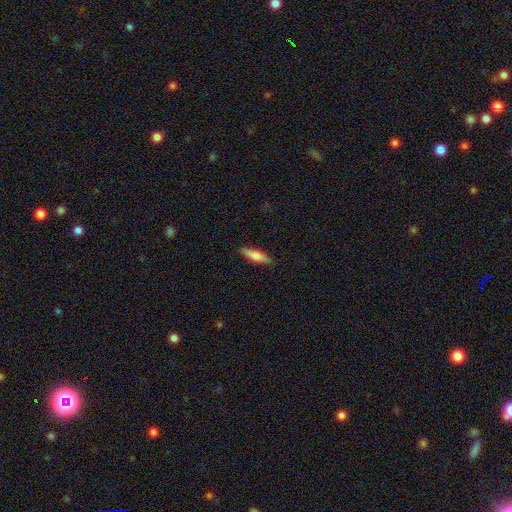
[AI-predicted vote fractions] Morphology: type=smooth (68%); roundness=cigar-shaped (67%); merging=none (87%).